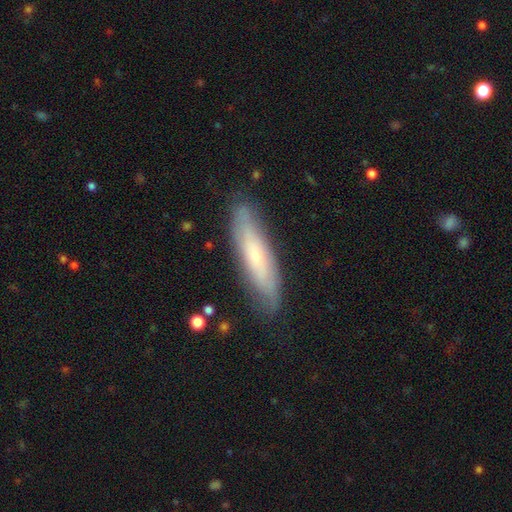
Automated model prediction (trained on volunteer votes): smooth-or-featured: featured or disk: 51% | smooth: 42% | star or artifact: 7%
  disk-edge-on: no: 54% | yes: 46%
  merging: none: 81% | minor disturbance: 15% | major disturbance: 3% | merger: 1%